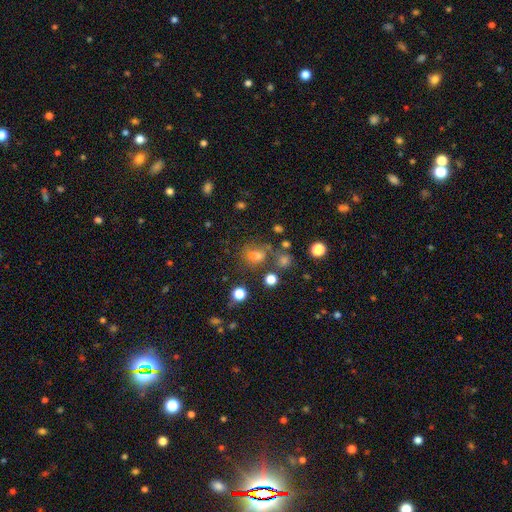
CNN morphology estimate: Smooth or featured? smooth (56%)
How rounded? in between (53%)
Merging? none (59%)